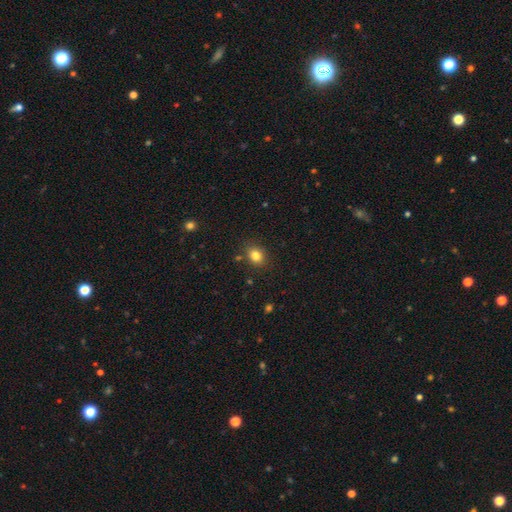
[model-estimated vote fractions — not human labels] Q: Smooth or featured?
A: smooth (82%); runner-up: star or artifact (11%)
Q: How rounded?
A: round (52%); runner-up: in between (47%)
Q: Merging?
A: none (84%); runner-up: minor disturbance (10%)